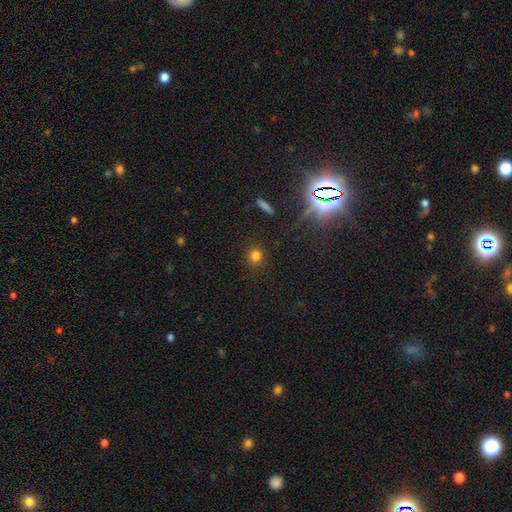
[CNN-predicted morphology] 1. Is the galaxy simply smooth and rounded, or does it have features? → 79% smooth, 16% star or artifact, 5% featured or disk.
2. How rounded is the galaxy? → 84% round, 15% in between, 1% cigar-shaped.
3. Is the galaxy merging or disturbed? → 88% none, 7% minor disturbance, 3% major disturbance, 2% merger.